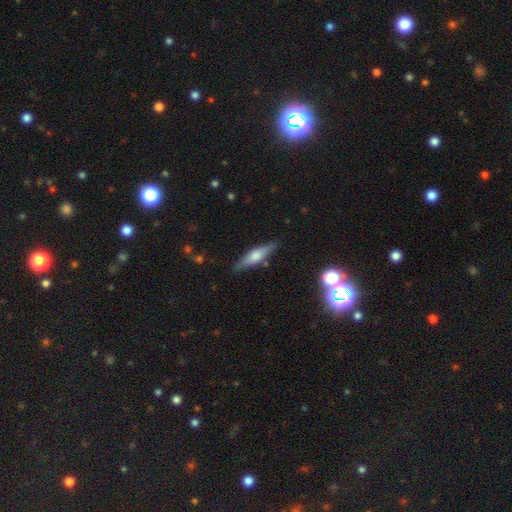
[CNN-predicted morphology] smooth_or_featured: featured or disk (p=0.48) [alt: smooth p=0.45]
merging: none (p=0.85) [alt: minor disturbance p=0.11]